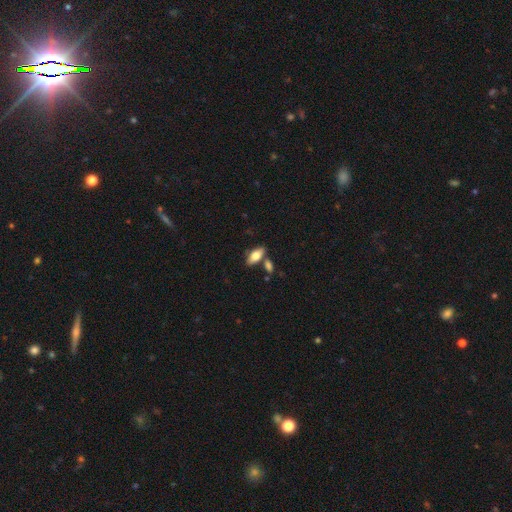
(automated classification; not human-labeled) smooth 73%, featured or disk 20%, star or artifact 7%. Down the decision tree: how rounded — in between (85%); merging — none (70%).